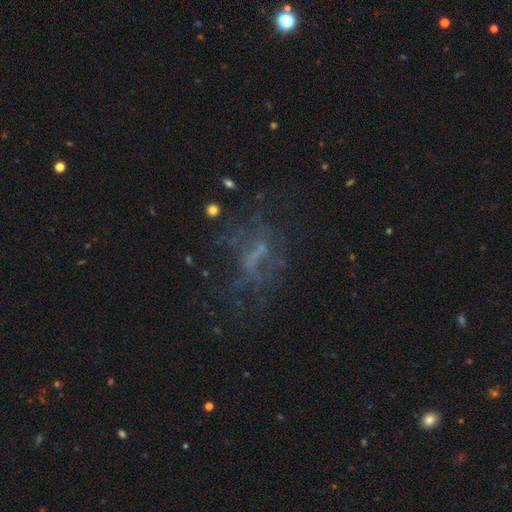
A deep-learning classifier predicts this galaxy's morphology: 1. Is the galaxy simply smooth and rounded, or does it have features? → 48% featured or disk, 29% star or artifact, 23% smooth.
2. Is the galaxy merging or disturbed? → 51% none, 29% major disturbance, 17% minor disturbance, 4% merger.